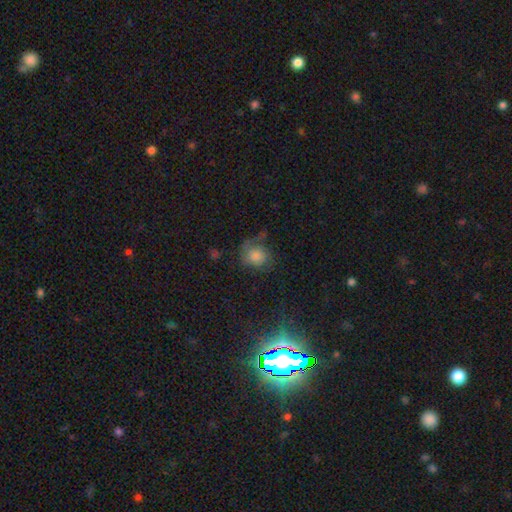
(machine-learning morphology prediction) Smooth or featured? Predicted: smooth (p=0.57). How rounded? Predicted: round (p=0.72). Merging? Predicted: none (p=0.48).